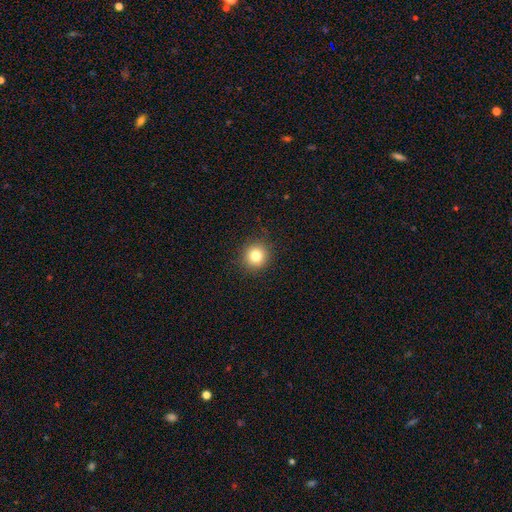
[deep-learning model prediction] Smooth or featured? smooth (81%)
How rounded? round (93%)
Merging? none (90%)